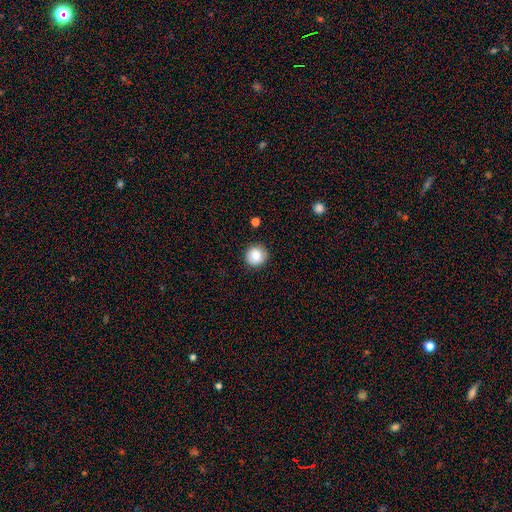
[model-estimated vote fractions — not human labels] This is clearly a smooth galaxy (84%). How rounded: clearly round (92%). Merging: clearly none (87%).